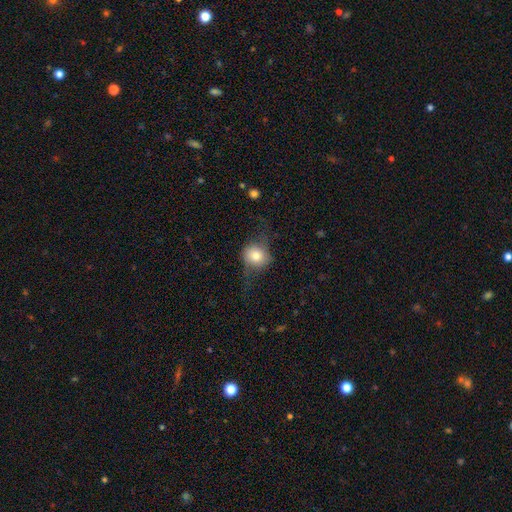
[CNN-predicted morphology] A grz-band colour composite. It shows a smooth galaxy with no disk features (61%) that is round (78%). Merging: none (52%).